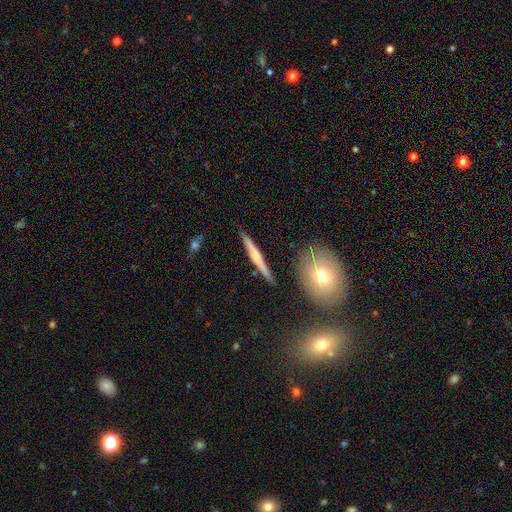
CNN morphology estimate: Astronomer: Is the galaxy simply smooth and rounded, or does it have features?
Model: featured or disk — 57% (runner-up: smooth, 37%).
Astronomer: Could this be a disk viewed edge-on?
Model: yes — 96%.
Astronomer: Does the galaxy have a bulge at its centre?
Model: rounded — 48% (runner-up: none, 39%).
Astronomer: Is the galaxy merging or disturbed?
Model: none — 88%.